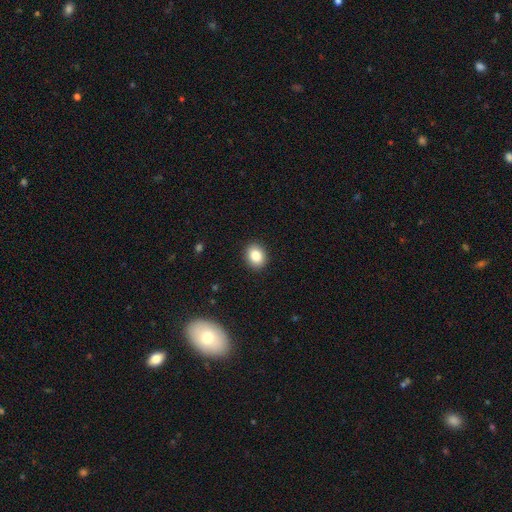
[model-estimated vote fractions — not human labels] Smooth or featured?
  - smooth: 85% *
  - star or artifact: 9%
  - featured or disk: 6%
How rounded?
  - in between: 51% *
  - round: 48%
  - cigar-shaped: 1%
Merging?
  - none: 91% *
  - minor disturbance: 6%
  - major disturbance: 2%
  - merger: 1%